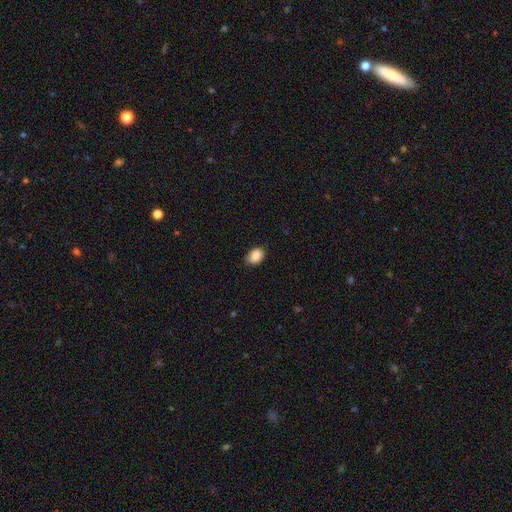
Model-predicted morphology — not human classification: type=smooth (89%); roundness=in between (76%); merging=none (80%).